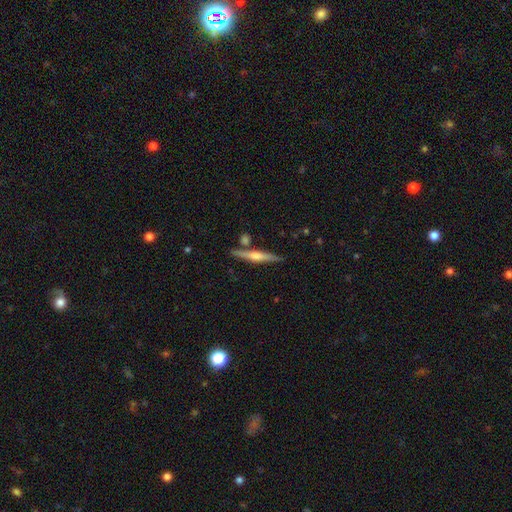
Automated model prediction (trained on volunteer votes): featured or disk 64%, smooth 29%, star or artifact 6%. Down the decision tree: edge-on disk — yes (97%); edge-on bulge — rounded (82%); merging — none (82%).